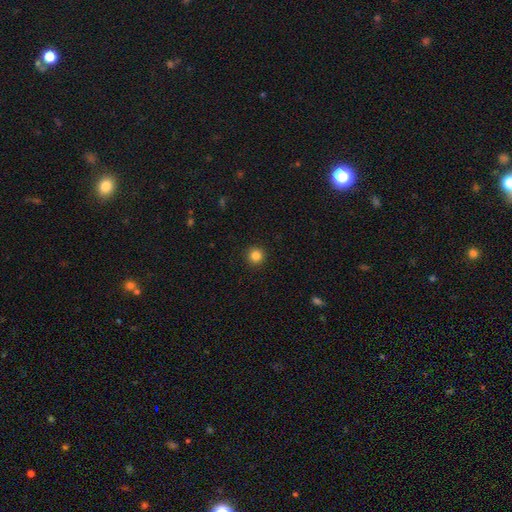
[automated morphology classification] A smooth galaxy with no disk features (84%) that is round (95%).

Vote fractions:
- Smooth or featured? smooth: 84% / star or artifact: 12% / featured or disk: 4%
- How rounded? round: 95% / in between: 4% / cigar-shaped: 1%
- Merging? none: 93% / minor disturbance: 4% / major disturbance: 2% / merger: 1%